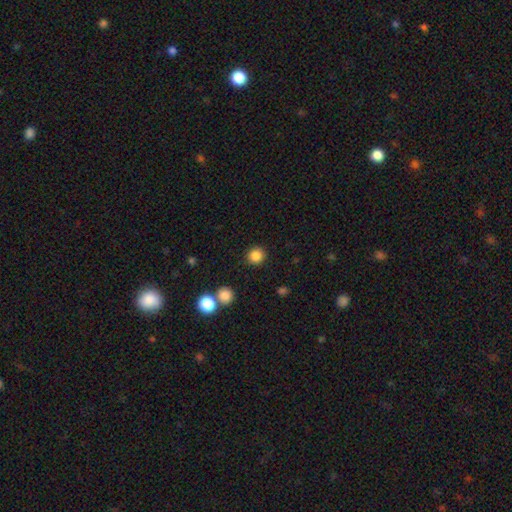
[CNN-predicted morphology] Overall: smooth (85%). How rounded: round (92%). Merging: none (89%).